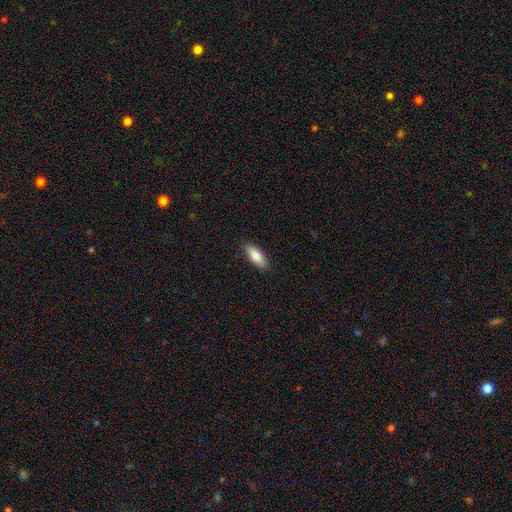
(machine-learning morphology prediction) smooth_or_featured: smooth (p=0.84) [alt: featured or disk p=0.10]
how_rounded: in between (p=0.71) [alt: cigar-shaped p=0.27]
merging: none (p=0.87) [alt: minor disturbance p=0.10]